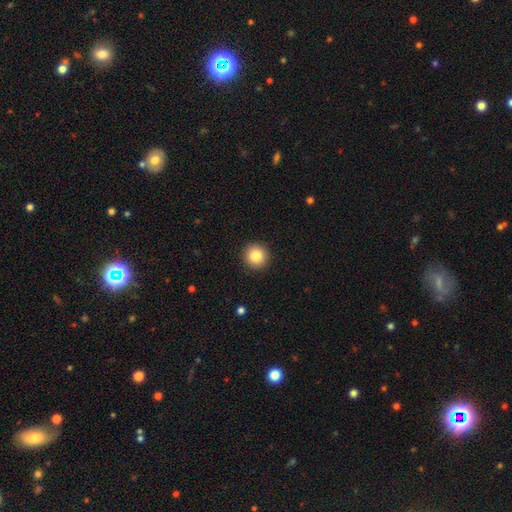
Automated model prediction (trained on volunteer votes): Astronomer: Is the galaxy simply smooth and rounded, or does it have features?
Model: smooth — 83%.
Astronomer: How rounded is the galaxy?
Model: round — 94%.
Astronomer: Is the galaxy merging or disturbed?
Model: none — 92%.